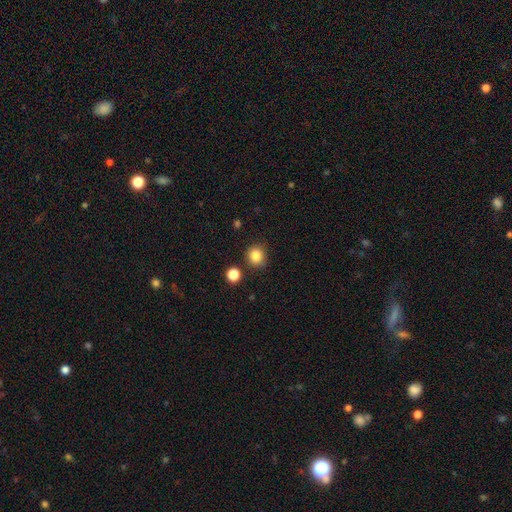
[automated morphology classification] type=smooth (84%); roundness=round (89%); merging=none (85%).